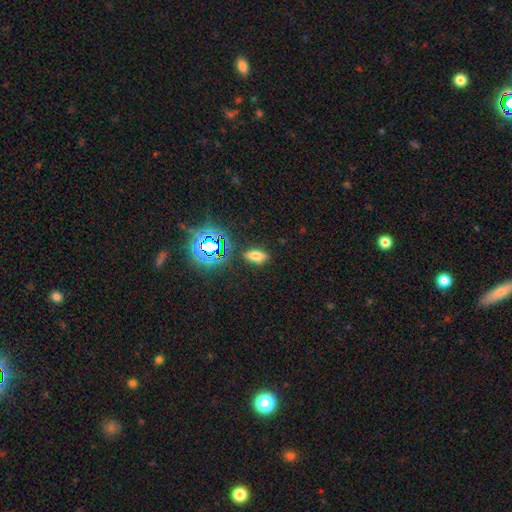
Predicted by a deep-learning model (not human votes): smooth_or_featured: smooth (p=0.58) [alt: star or artifact p=0.28]
how_rounded: in between (p=0.75) [alt: cigar-shaped p=0.17]
merging: none (p=0.85) [alt: minor disturbance p=0.10]